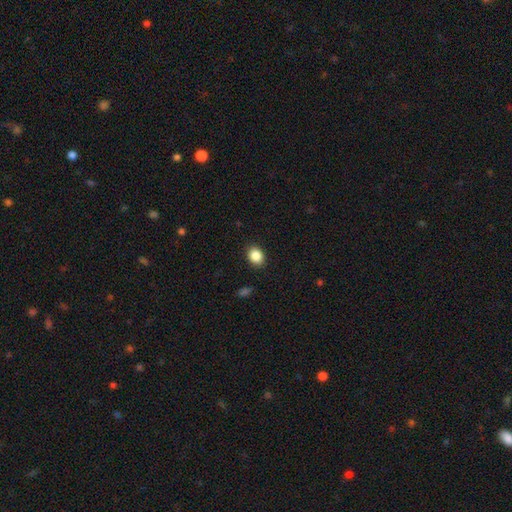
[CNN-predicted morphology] This is clearly a smooth galaxy (87%). How rounded: possibly in between (52%). Merging: clearly none (89%).